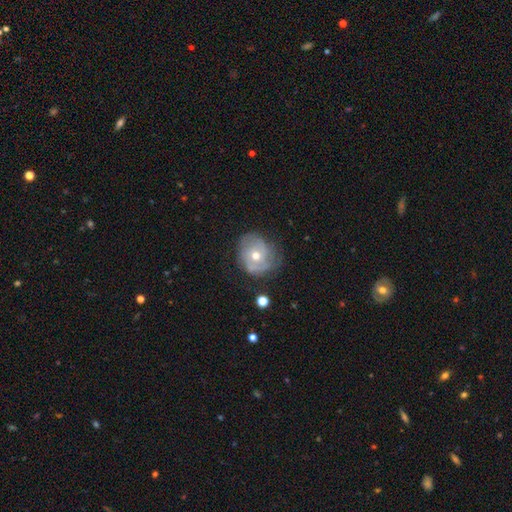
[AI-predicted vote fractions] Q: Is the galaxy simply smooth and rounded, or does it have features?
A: featured or disk — 67%.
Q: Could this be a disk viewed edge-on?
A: no — 97%.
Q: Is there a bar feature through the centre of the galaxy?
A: no — 80%.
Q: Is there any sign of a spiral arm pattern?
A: yes — 77%.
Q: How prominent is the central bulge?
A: moderate — 70%.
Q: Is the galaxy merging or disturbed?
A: none — 60%.